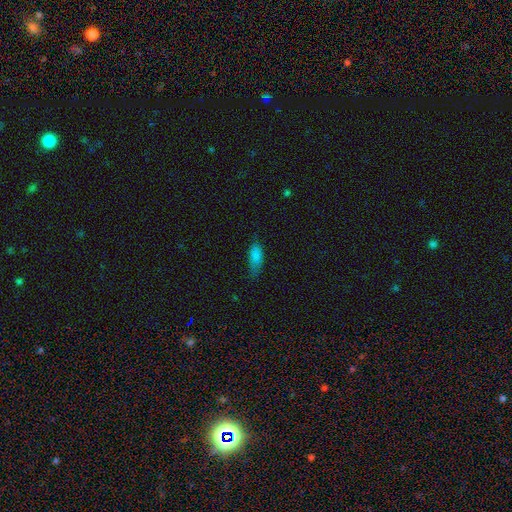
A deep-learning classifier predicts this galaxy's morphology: Smooth or featured: smooth — 82% (star or artifact — 10%)
How rounded: in between — 78% (cigar-shaped — 20%)
Merging: none — 58% (minor disturbance — 31%)